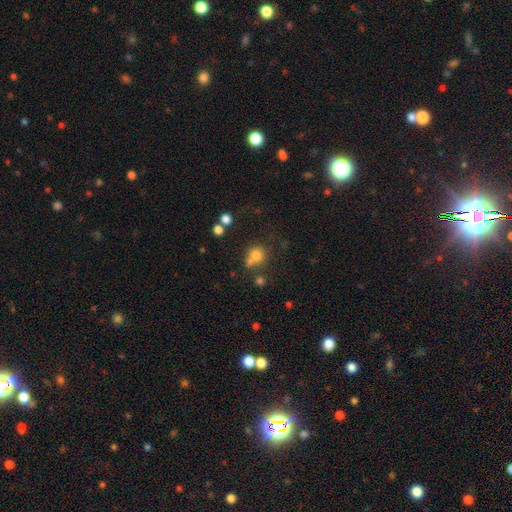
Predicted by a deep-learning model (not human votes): Smooth or featured: smooth — 75% (star or artifact — 15%)
How rounded: round — 78% (in between — 21%)
Merging: none — 48% (merger — 31%)